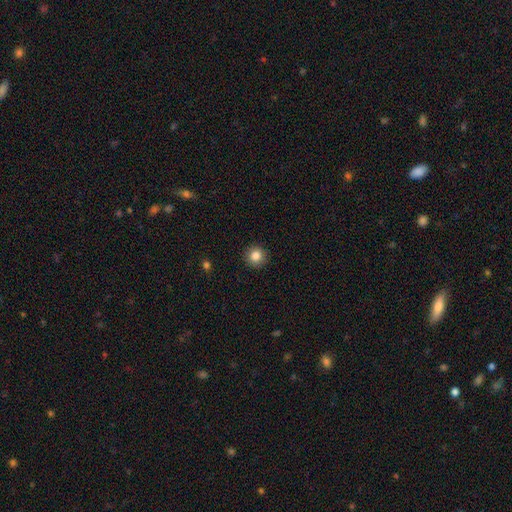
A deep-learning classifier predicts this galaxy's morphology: A smooth galaxy with no disk features (84%) that is round (94%). Merging: none (92%).